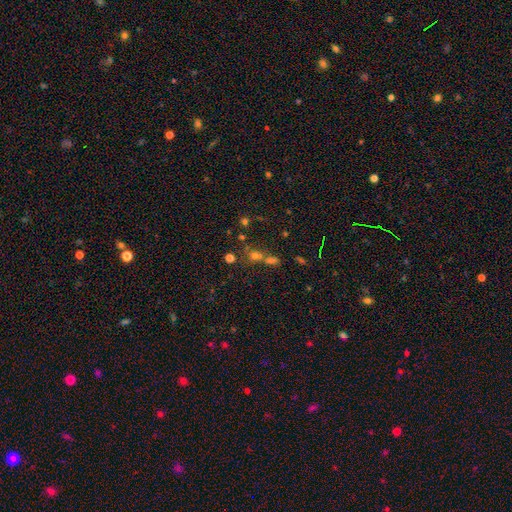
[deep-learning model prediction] Smooth or featured? smooth (46%)
Merging? merger (44%)